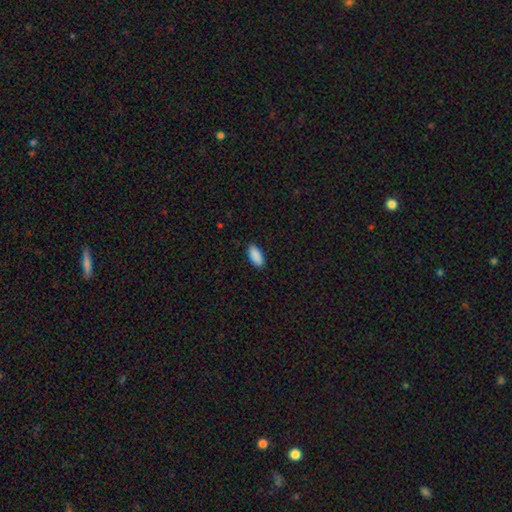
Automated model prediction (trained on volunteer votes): Smooth or featured: smooth — 91% (star or artifact — 6%)
How rounded: in between — 89% (cigar-shaped — 9%)
Merging: none — 88% (minor disturbance — 9%)